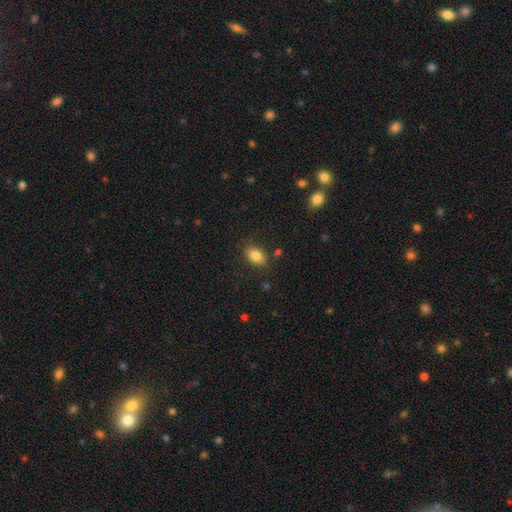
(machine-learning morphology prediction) smooth_or_featured: smooth (p=0.83) [alt: star or artifact p=0.09]
how_rounded: in between (p=0.87) [alt: round p=0.10]
merging: none (p=0.82) [alt: minor disturbance p=0.12]